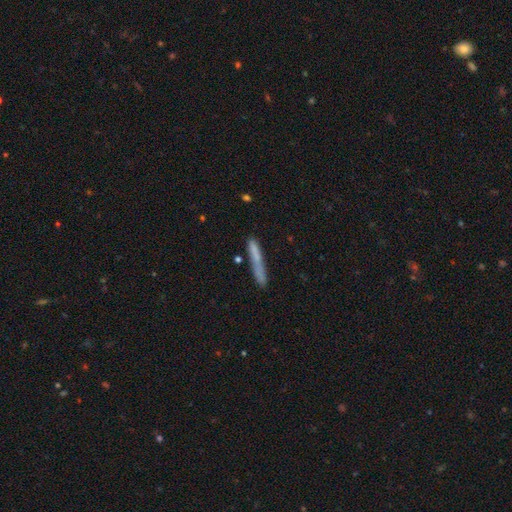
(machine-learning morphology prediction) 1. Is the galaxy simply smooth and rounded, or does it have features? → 71% smooth, 21% featured or disk, 8% star or artifact.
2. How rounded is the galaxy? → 95% cigar-shaped, 3% in between, 1% round.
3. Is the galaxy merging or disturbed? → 75% none, 16% minor disturbance, 5% merger, 4% major disturbance.